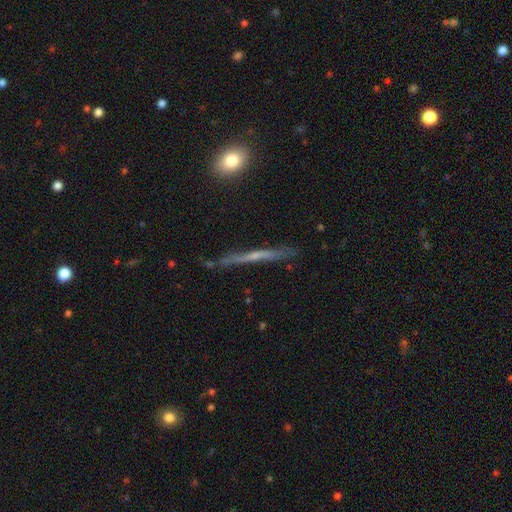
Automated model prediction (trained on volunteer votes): Q: Smooth or featured?
A: featured or disk (62%); runner-up: smooth (30%)
Q: Edge-on disk?
A: yes (94%); runner-up: no (6%)
Q: Edge-on bulge?
A: none (65%); runner-up: rounded (28%)
Q: Merging?
A: none (79%); runner-up: minor disturbance (15%)